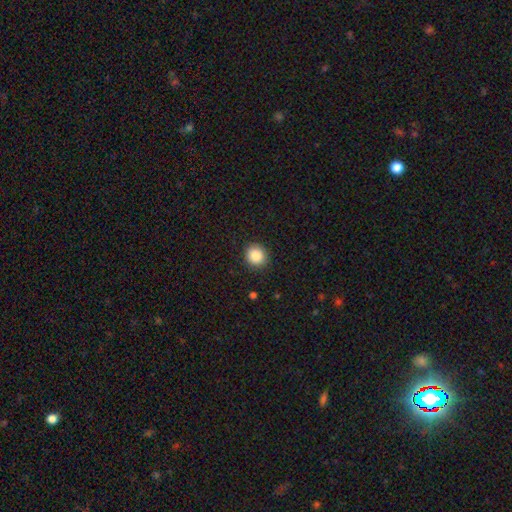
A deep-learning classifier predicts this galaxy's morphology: smooth_or_featured: smooth (p=0.86) [alt: star or artifact p=0.09]
how_rounded: round (p=0.89) [alt: in between p=0.10]
merging: none (p=0.91) [alt: minor disturbance p=0.06]